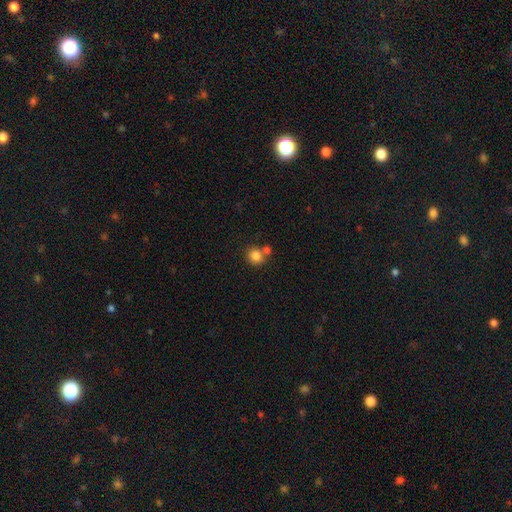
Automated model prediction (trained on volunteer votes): This appears to be a smooth galaxy with no disk features (84%) that is round (82%). Merging: none (61%).